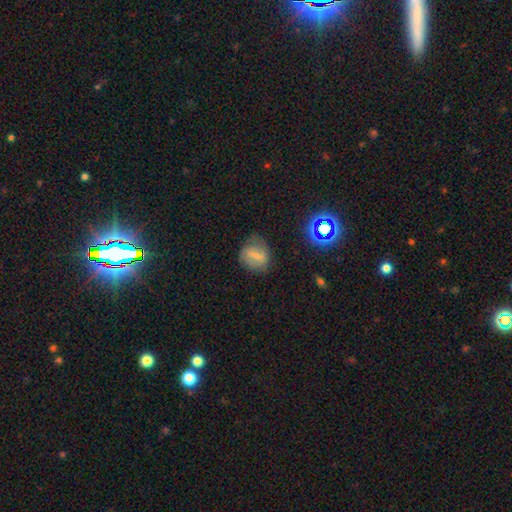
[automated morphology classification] A smooth galaxy with no disk features (47%). Merging: none (65%).